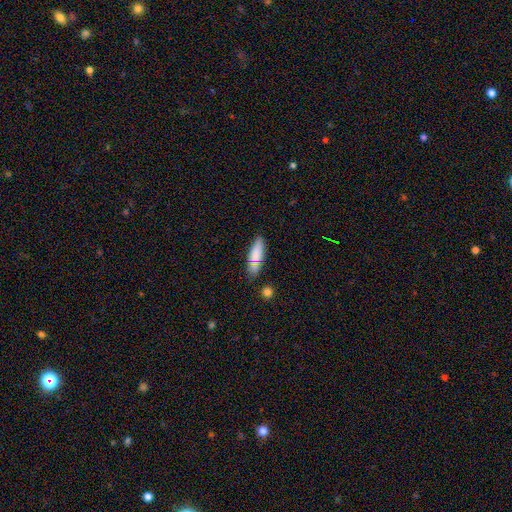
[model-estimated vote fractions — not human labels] This is likely a smooth galaxy (80%). How rounded: possibly cigar-shaped (49%, tied with in between). Merging: likely none (67%).